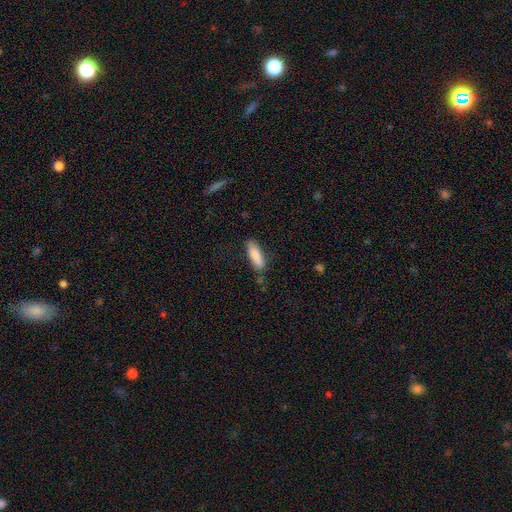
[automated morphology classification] Smooth or featured?
  - smooth: 85% *
  - featured or disk: 9%
  - star or artifact: 6%
How rounded?
  - in between: 51% *
  - cigar-shaped: 48%
  - round: 2%
Merging?
  - none: 77% *
  - minor disturbance: 16%
  - major disturbance: 4%
  - merger: 3%